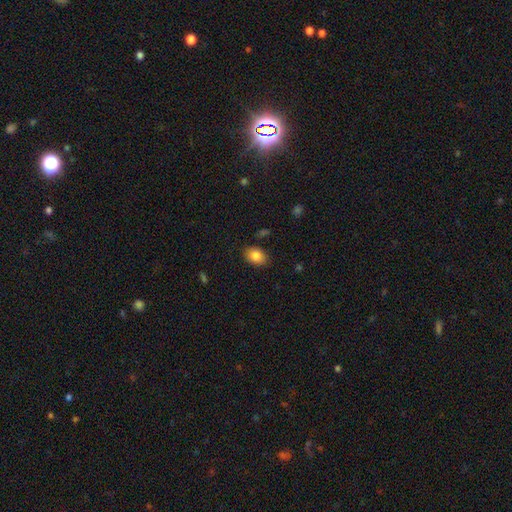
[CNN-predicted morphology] The model was most divided on "how rounded": in between: 78%, round: 21%, cigar-shaped: 1%. More confident: merging — none (86%); smooth or featured — smooth (85%).